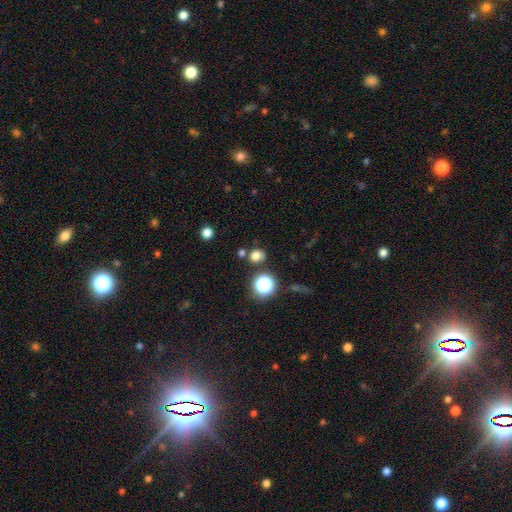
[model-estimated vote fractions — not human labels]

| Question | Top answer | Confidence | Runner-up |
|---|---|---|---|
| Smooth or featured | smooth | 73% | star or artifact (21%) |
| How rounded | round | 75% | in between (24%) |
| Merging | none | 73% | merger (12%) |